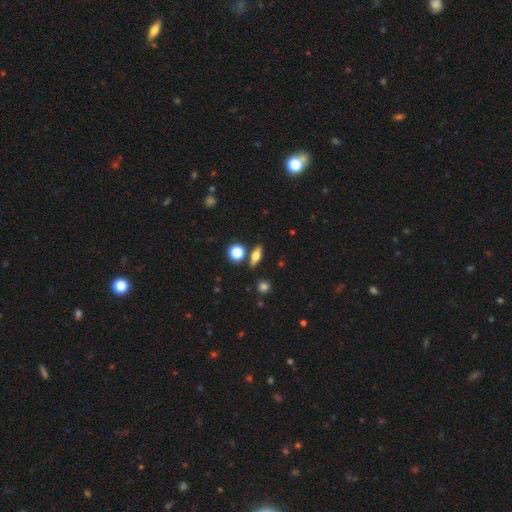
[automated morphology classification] Smooth or featured? Predicted: smooth (p=0.47). Merging? Predicted: none (p=0.82).